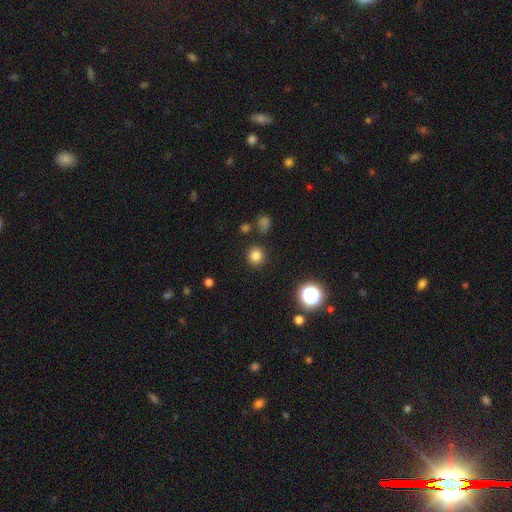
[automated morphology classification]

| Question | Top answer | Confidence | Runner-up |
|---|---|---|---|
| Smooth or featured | smooth | 80% | star or artifact (15%) |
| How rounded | round | 92% | in between (7%) |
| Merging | none | 88% | minor disturbance (6%) |